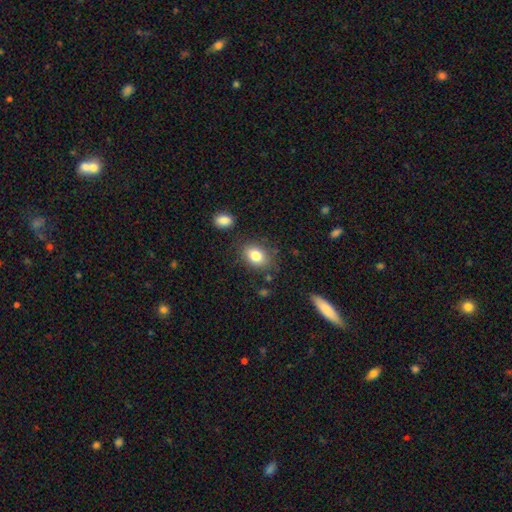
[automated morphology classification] type=smooth (82%); roundness=in between (73%); merging=none (77%).